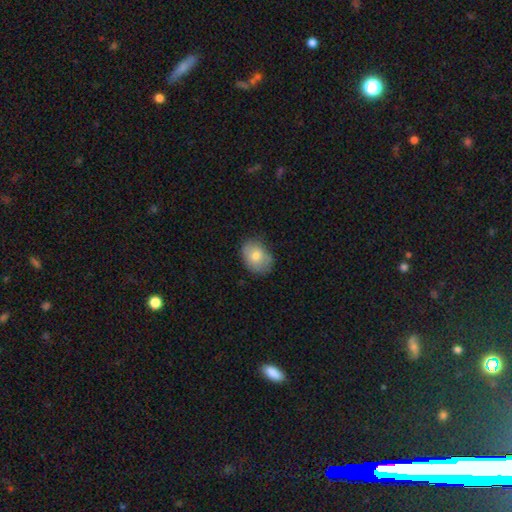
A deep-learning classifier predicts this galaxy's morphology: smooth 77%, featured or disk 15%, star or artifact 8%. Down the decision tree: how rounded — in between (67%); merging — none (74%).